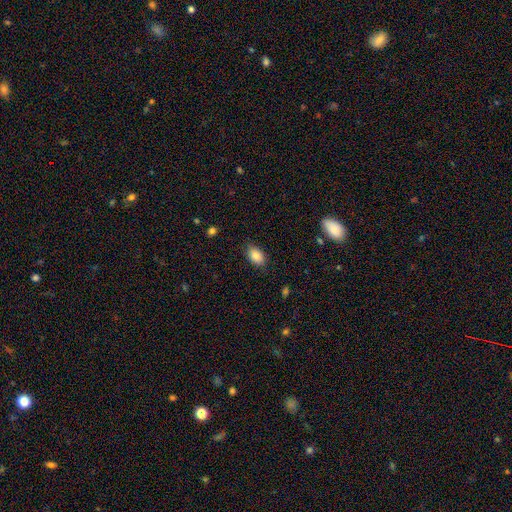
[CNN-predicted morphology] Q: Smooth or featured?
A: smooth (85%); runner-up: star or artifact (8%)
Q: How rounded?
A: in between (89%); runner-up: round (10%)
Q: Merging?
A: none (85%); runner-up: minor disturbance (12%)